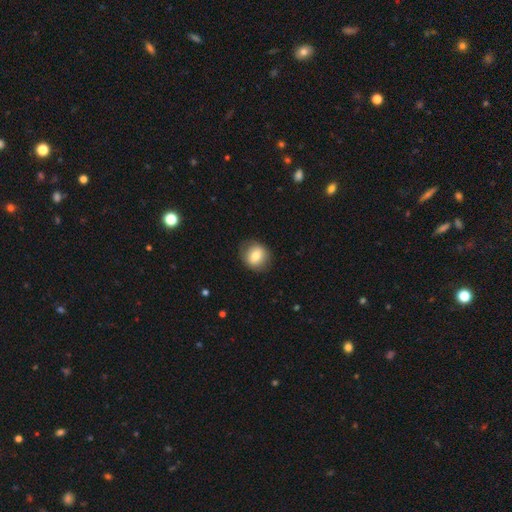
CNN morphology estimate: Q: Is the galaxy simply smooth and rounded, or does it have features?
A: smooth — 75%.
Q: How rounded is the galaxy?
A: round — 77%.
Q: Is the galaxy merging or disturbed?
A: none — 83%.